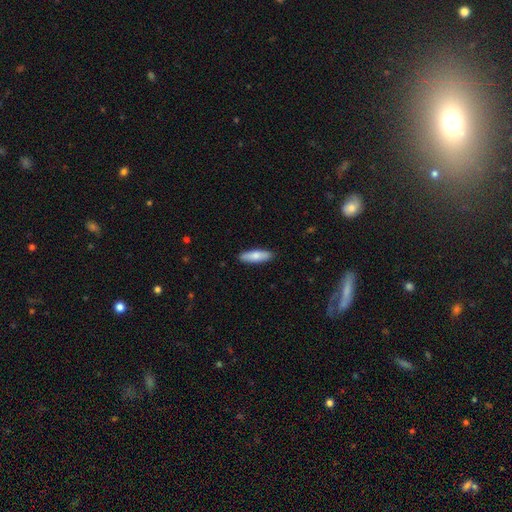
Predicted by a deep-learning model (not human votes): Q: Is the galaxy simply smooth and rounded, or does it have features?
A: smooth — 77%.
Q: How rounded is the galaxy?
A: cigar-shaped — 58%.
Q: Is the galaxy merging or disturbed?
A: none — 90%.